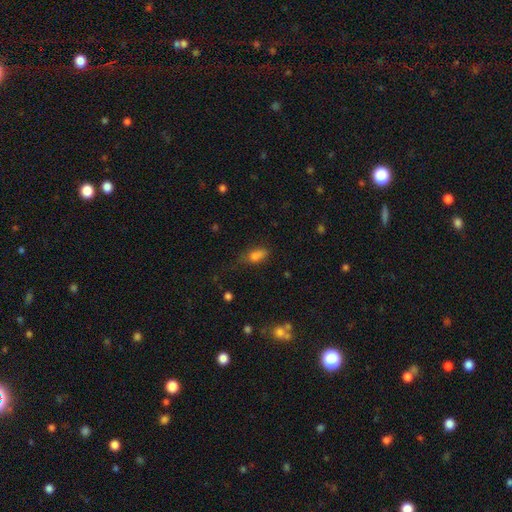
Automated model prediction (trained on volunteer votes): smooth 79%, star or artifact 12%, featured or disk 9%. Down the decision tree: how rounded — in between (82%); merging — none (46%).